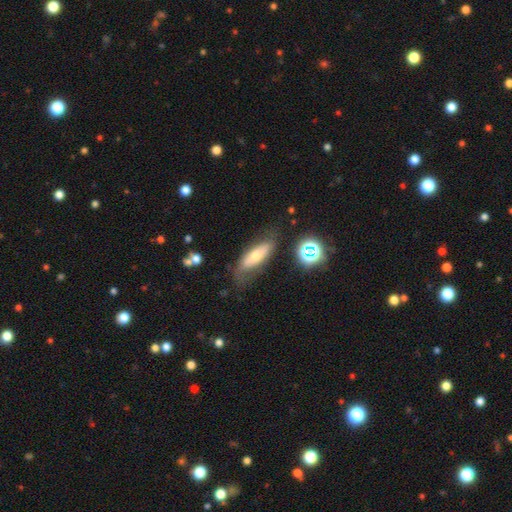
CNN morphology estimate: Smooth or featured?
  - smooth: 49% *
  - featured or disk: 41%
  - star or artifact: 10%
Merging?
  - none: 64% *
  - minor disturbance: 23%
  - major disturbance: 10%
  - merger: 3%